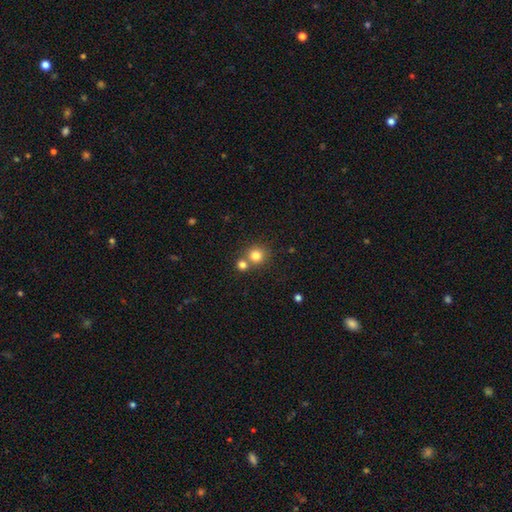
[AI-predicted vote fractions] smooth-or-featured: smooth: 81% | star or artifact: 12% | featured or disk: 8%
  how-rounded: round: 89% | in between: 10% | cigar-shaped: 1%
  merging: none: 57% | merger: 33% | minor disturbance: 7% | major disturbance: 2%